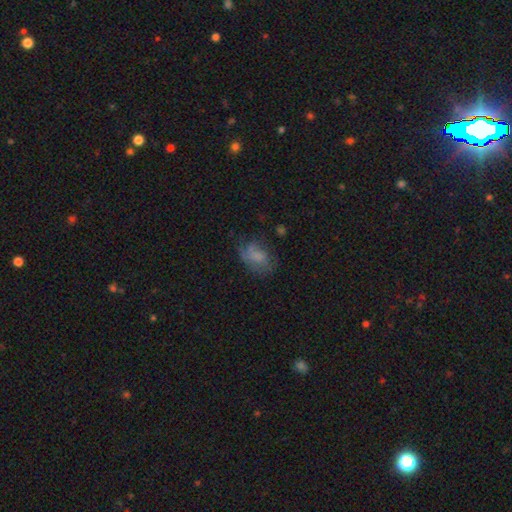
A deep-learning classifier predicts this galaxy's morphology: Smooth or featured?
  - smooth: 59% *
  - featured or disk: 28%
  - star or artifact: 13%
How rounded?
  - in between: 79% *
  - round: 19%
  - cigar-shaped: 2%
Merging?
  - none: 48% *
  - minor disturbance: 27%
  - major disturbance: 22%
  - merger: 3%